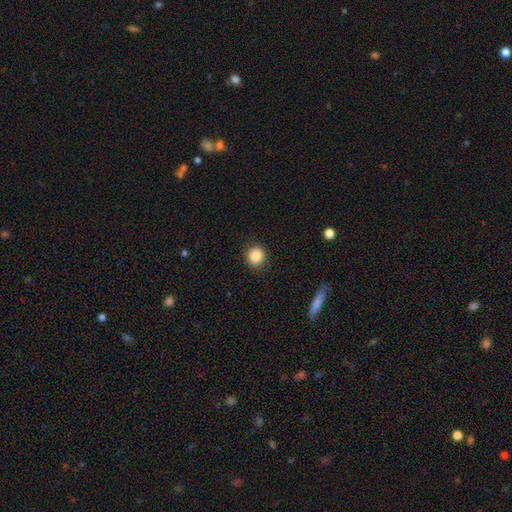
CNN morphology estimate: The model was most divided on "smooth or featured": smooth: 86%, star or artifact: 9%, featured or disk: 4%. More confident: merging — none (89%); how rounded — round (89%).